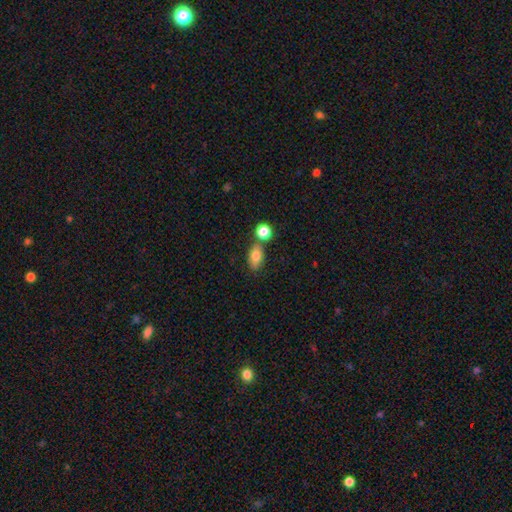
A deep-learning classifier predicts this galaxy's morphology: Smooth or featured?
  - smooth: 79% *
  - featured or disk: 12%
  - star or artifact: 9%
How rounded?
  - in between: 84% *
  - round: 13%
  - cigar-shaped: 3%
Merging?
  - none: 64% *
  - merger: 19%
  - minor disturbance: 13%
  - major disturbance: 4%